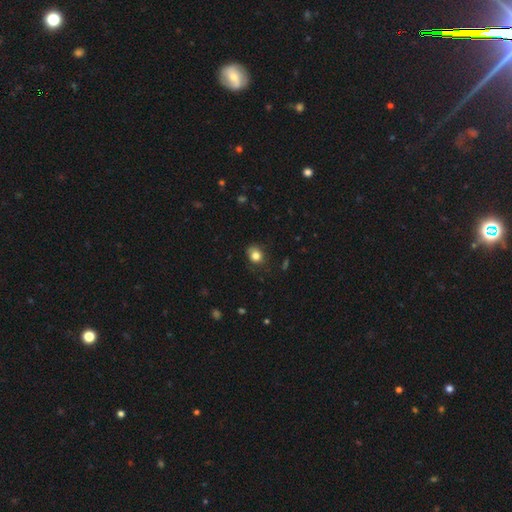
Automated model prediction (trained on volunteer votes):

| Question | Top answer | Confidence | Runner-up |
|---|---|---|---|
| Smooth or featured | smooth | 82% | star or artifact (11%) |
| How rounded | round | 62% | in between (37%) |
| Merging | none | 73% | minor disturbance (21%) |